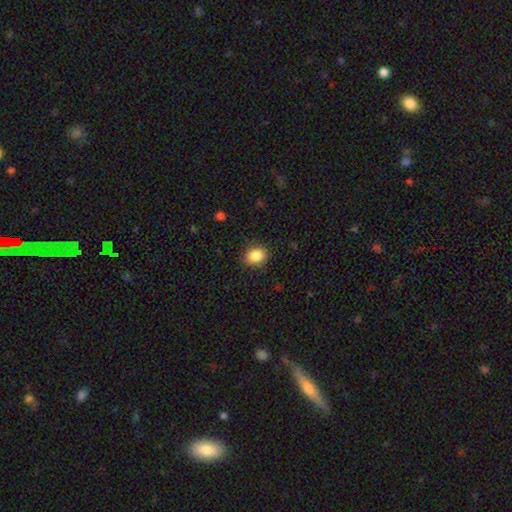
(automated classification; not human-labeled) This is clearly a smooth galaxy (87%). How rounded: possibly in between (52%). Merging: clearly none (87%).